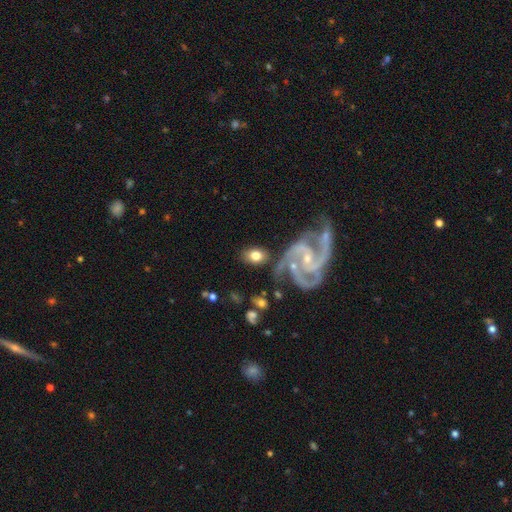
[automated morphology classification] A smooth galaxy with no disk features (62%) that is in between round and cigar-shaped (73%). Merging: none (69%).